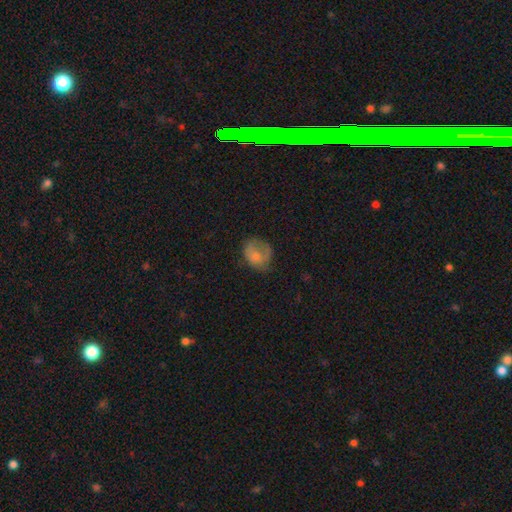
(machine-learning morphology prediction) Q: Smooth or featured?
A: smooth (66%); runner-up: featured or disk (24%)
Q: How rounded?
A: round (50%); runner-up: in between (49%)
Q: Merging?
A: none (41%); runner-up: minor disturbance (30%)